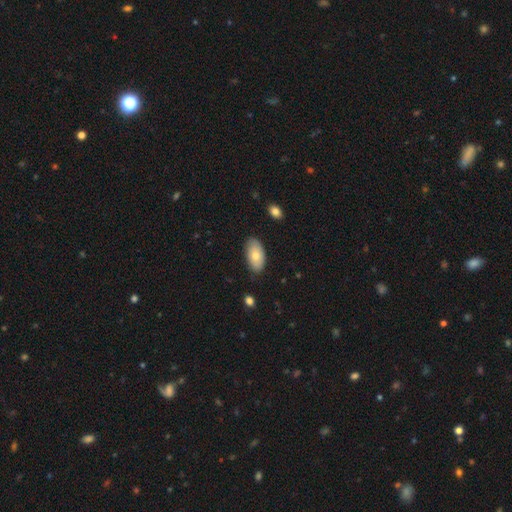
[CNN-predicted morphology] type=smooth (73%); roundness=in between (94%); merging=none (82%).